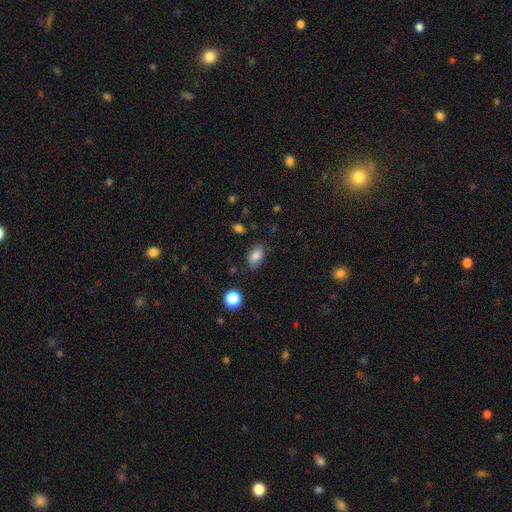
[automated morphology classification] Smooth or featured: smooth — 84% (star or artifact — 10%)
How rounded: in between — 86% (round — 12%)
Merging: none — 75% (minor disturbance — 18%)